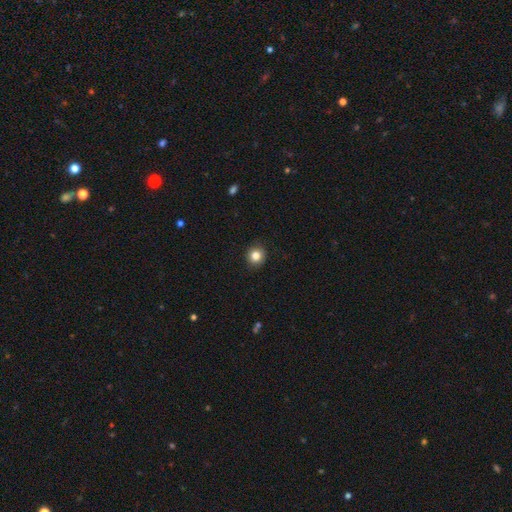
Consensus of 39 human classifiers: smooth-or-featured: smooth: 77% | featured or disk: 21% | star or artifact: 3%
  how-rounded: round: 100% | in between: 0% | cigar-shaped: 0%
  merging: none: 100% | minor disturbance: 0% | major disturbance: 0% | merger: 0%